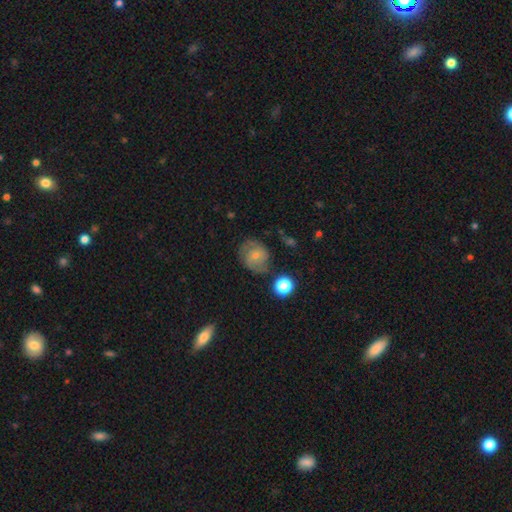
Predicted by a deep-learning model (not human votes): smooth-or-featured: featured or disk: 54% | smooth: 36% | star or artifact: 10%
  disk-edge-on: no: 97% | yes: 3%
    bar: no: 66% | weak: 29% | strong: 5%
    has-spiral-arms: yes: 84% | no: 16%
    bulge-size: small: 68% | moderate: 26% | none: 3% | large: 2% | dominant: 1%
  merging: none: 65% | minor disturbance: 22% | major disturbance: 9% | merger: 4%